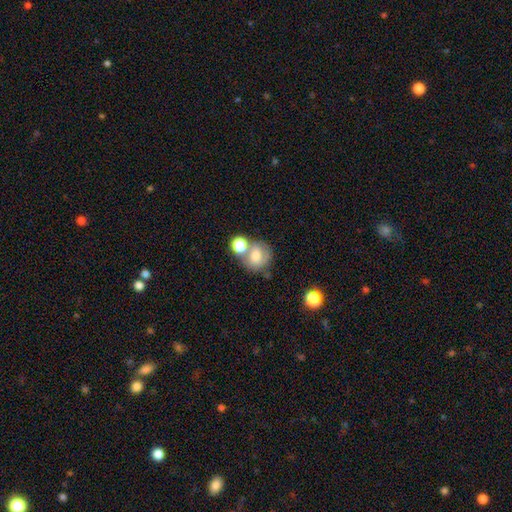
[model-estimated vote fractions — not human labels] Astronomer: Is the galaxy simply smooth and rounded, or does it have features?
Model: smooth — 65%.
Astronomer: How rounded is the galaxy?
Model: round — 74%.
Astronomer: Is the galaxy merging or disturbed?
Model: none — 41% (runner-up: merger, 37%).